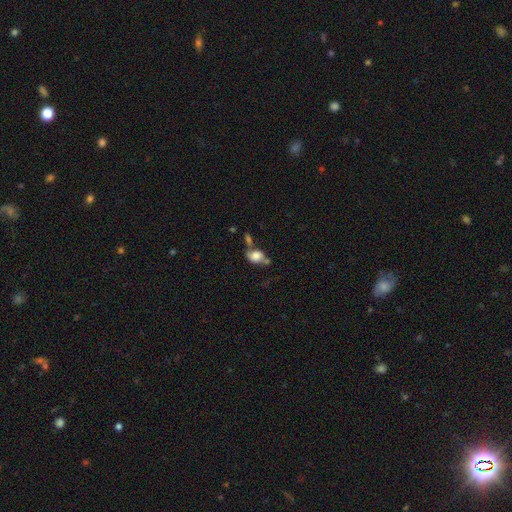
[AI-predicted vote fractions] A smooth galaxy with no disk features (69%) that is in between round and cigar-shaped (66%). Merging: merger (35%).